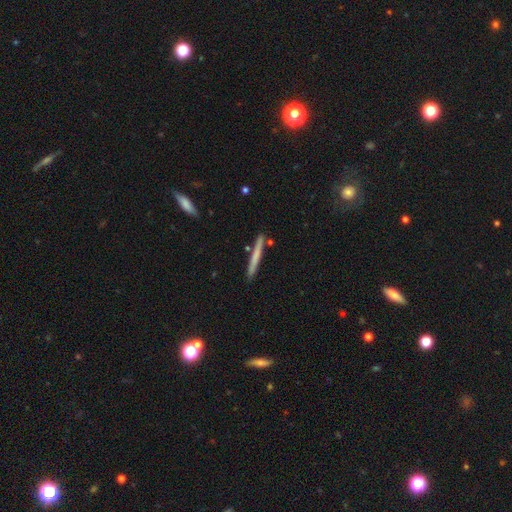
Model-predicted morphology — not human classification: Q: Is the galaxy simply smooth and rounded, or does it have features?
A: smooth — 63%.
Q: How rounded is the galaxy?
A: cigar-shaped — 97%.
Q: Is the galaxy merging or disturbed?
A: none — 88%.